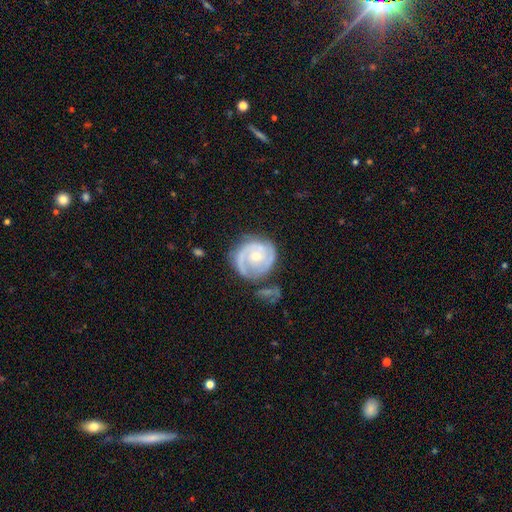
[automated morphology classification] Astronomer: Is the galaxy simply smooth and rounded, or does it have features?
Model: featured or disk — 82%.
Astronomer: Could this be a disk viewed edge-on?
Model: no — 98%.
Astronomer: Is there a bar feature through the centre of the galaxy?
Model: no — 71%.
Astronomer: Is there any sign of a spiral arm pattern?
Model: yes — 92%.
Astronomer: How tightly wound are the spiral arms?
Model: tight — 60%.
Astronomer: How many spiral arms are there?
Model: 2 — 55%.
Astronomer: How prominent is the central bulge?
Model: moderate — 55% (runner-up: small, 41%).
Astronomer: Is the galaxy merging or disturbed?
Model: none — 60%.